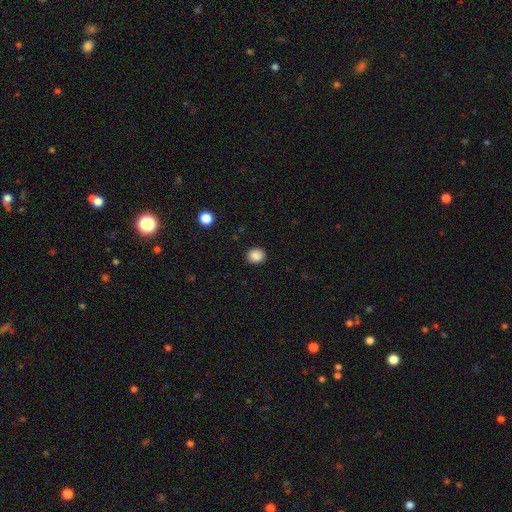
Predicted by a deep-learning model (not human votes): smooth_or_featured: smooth (p=0.87) [alt: star or artifact p=0.10]
how_rounded: round (p=0.77) [alt: in between p=0.22]
merging: none (p=0.90) [alt: minor disturbance p=0.07]